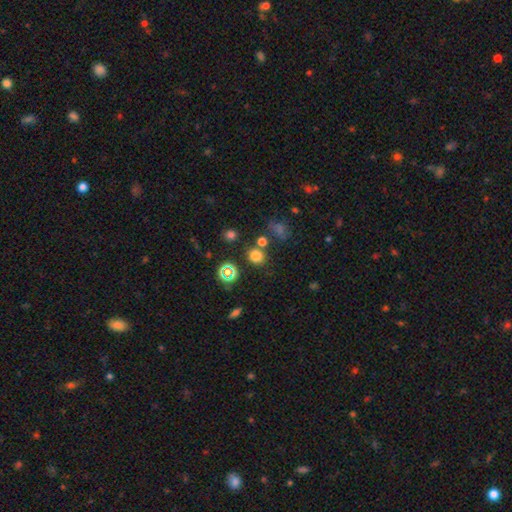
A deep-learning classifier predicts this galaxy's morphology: A smooth galaxy with no disk features (69%) that is round (81%). Merging: none (73%).